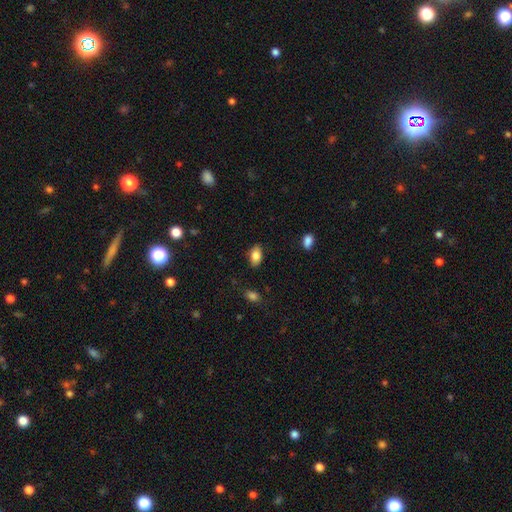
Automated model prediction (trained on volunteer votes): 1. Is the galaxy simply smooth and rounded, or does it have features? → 83% smooth, 10% featured or disk, 8% star or artifact.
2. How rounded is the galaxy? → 90% in between, 7% round, 3% cigar-shaped.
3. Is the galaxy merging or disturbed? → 84% none, 12% minor disturbance, 3% major disturbance, 1% merger.